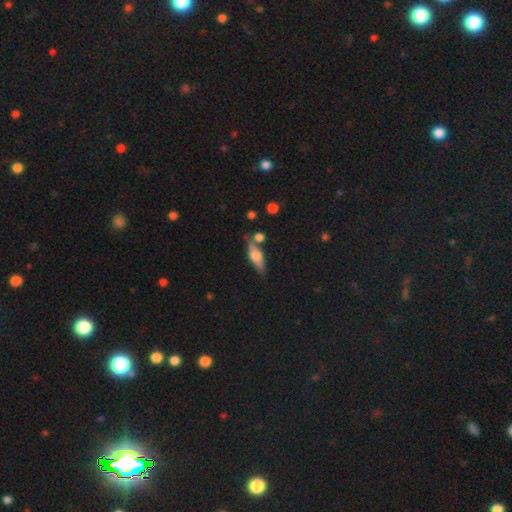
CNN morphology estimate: smooth-or-featured: featured or disk: 49% | smooth: 44% | star or artifact: 7%
  merging: none: 70% | minor disturbance: 15% | merger: 11% | major disturbance: 4%